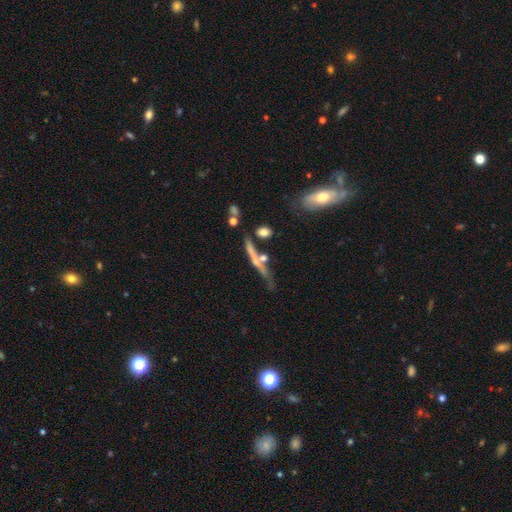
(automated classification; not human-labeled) The model was most divided on "smooth or featured": featured or disk: 57%, smooth: 31%, star or artifact: 12%. More confident: edge-on disk — yes (87%); merging — none (58%).